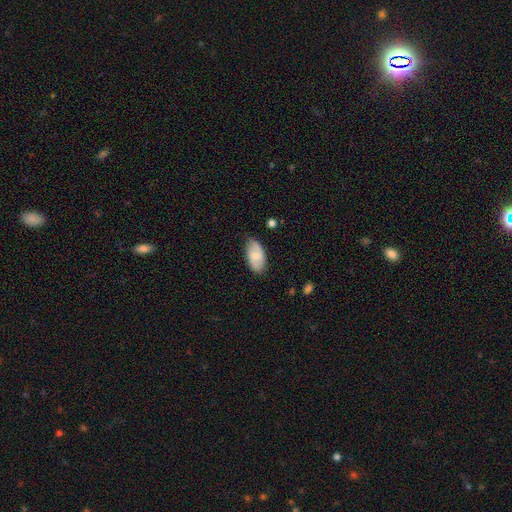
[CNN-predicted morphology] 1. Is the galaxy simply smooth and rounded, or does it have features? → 64% smooth, 29% featured or disk, 6% star or artifact.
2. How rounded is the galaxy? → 94% in between, 3% round, 3% cigar-shaped.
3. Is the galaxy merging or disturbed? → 76% none, 20% minor disturbance, 3% major disturbance, 1% merger.